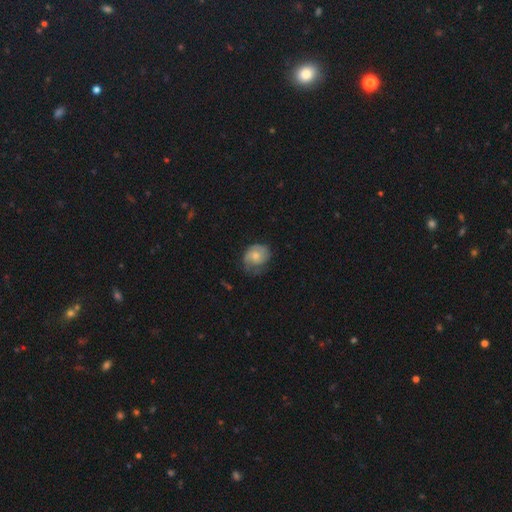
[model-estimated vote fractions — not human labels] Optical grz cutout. It shows a featured or disk galaxy (50%). Merging: none (52%).